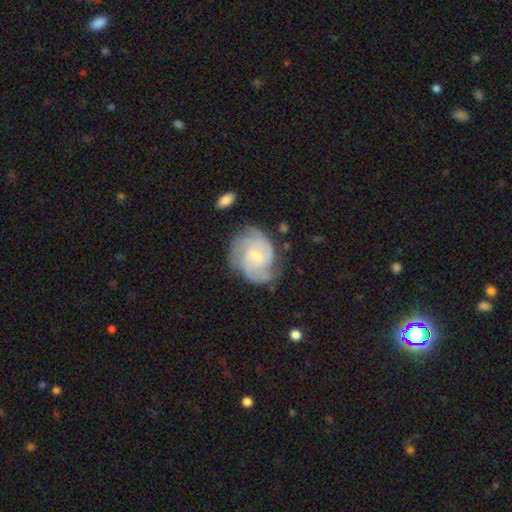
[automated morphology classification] smooth_or_featured: featured or disk (p=0.84) [alt: smooth p=0.11]
disk_edge_on: no (p=0.98) [alt: yes p=0.02]
bar: no (p=0.59) [alt: weak p=0.36]
has_spiral_arms: yes (p=0.97) [alt: no p=0.03]
spiral_winding: tight (p=0.58) [alt: medium p=0.35]
spiral_arm_count: 3 (p=0.35) [alt: 2 p=0.24]
bulge_size: small (p=0.63) [alt: moderate p=0.30]
merging: none (p=0.71) [alt: minor disturbance p=0.20]